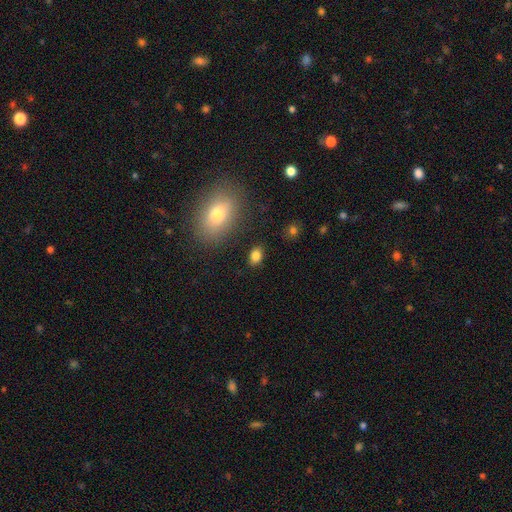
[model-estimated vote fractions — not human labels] Morphology: type=smooth (83%); roundness=in between (80%); merging=none (85%).